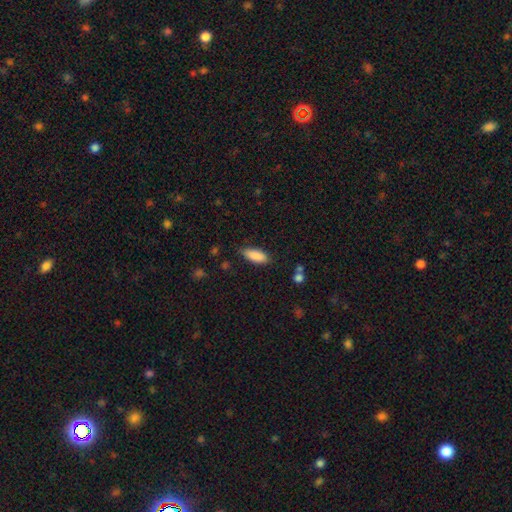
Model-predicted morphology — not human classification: This is clearly a smooth galaxy (88%). How rounded: likely in between (78%). Merging: clearly none (82%).